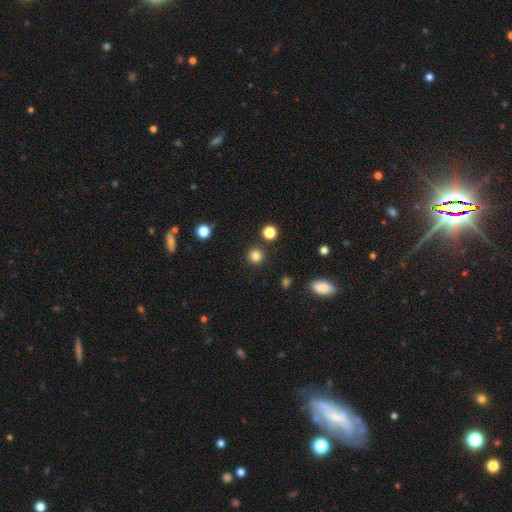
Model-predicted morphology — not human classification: Q: Smooth or featured?
A: smooth (83%); runner-up: star or artifact (13%)
Q: How rounded?
A: round (94%); runner-up: in between (5%)
Q: Merging?
A: none (90%); runner-up: minor disturbance (5%)